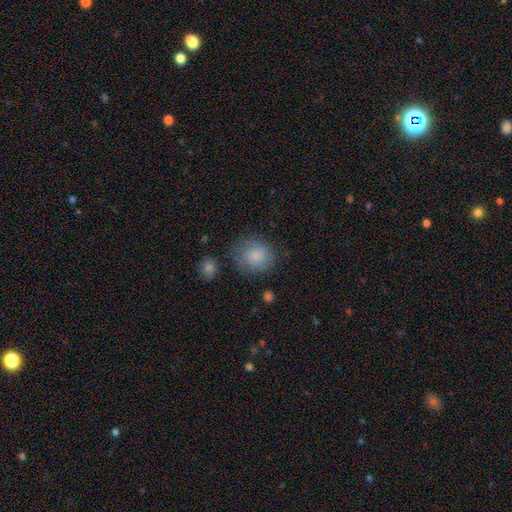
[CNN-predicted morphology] Smooth or featured? Predicted: smooth (p=0.85). How rounded? Predicted: round (p=0.81). Merging? Predicted: none (p=0.74).